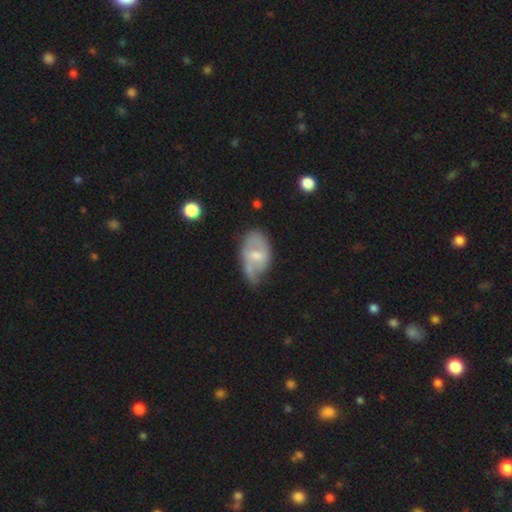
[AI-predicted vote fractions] The model was most divided on "merging": none: 39%, minor disturbance: 37%, major disturbance: 17%, merger: 7%. Remaining: edge-on disk — no (95%); spiral arms — yes (60%); smooth or featured — featured or disk (57%); bar — weak (51%); bulge size — small (49%).